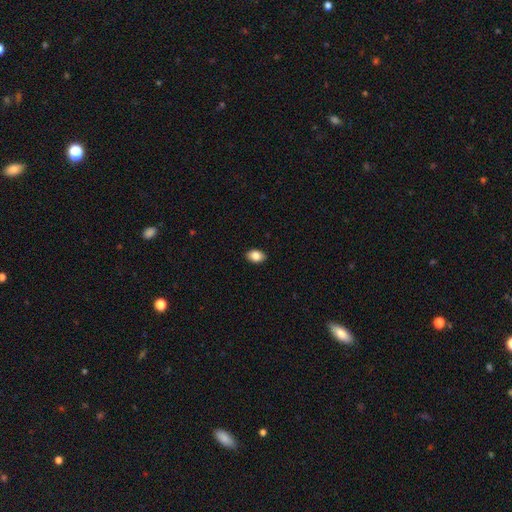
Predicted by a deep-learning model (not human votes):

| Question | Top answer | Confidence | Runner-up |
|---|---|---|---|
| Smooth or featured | smooth | 85% | star or artifact (8%) |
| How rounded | in between | 84% | round (14%) |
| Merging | none | 90% | minor disturbance (8%) |